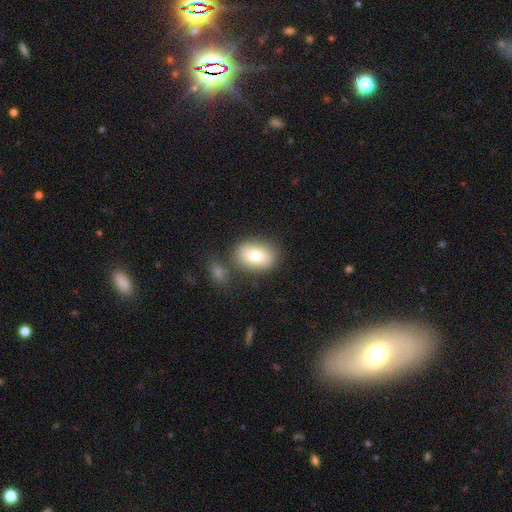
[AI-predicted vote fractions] smooth 80%, featured or disk 13%, star or artifact 8%. Down the decision tree: how rounded — in between (83%); merging — none (72%).